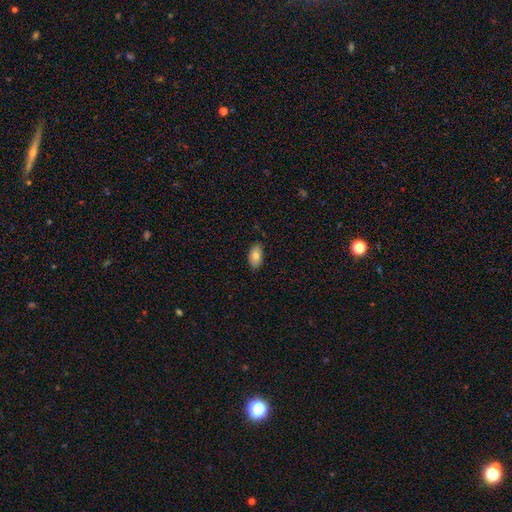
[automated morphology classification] type=smooth (80%); roundness=in between (94%); merging=none (85%).